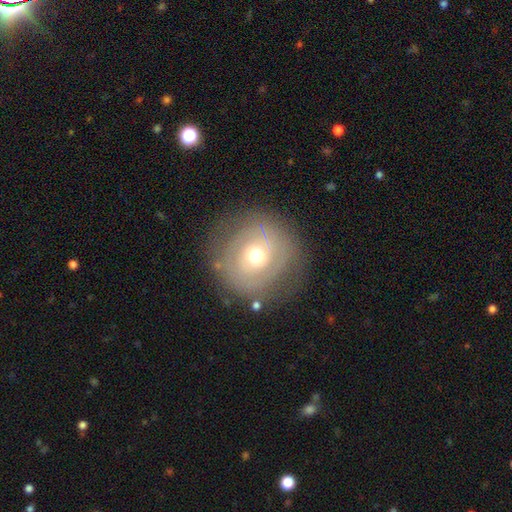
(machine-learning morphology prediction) featured or disk 52%, smooth 39%, star or artifact 9%. Down the decision tree: edge-on disk — no (96%); merging — none (73%).